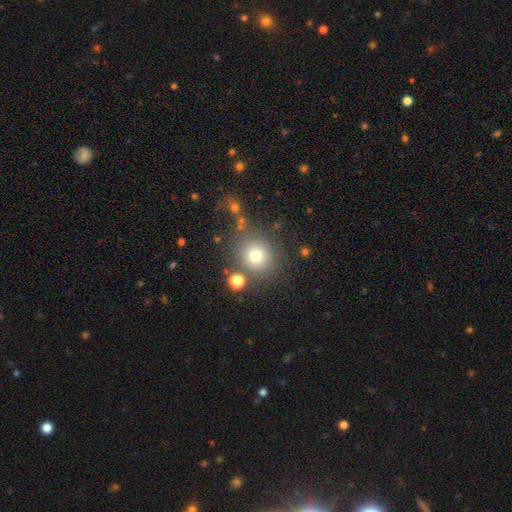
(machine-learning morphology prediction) Smooth or featured: smooth — 74% (star or artifact — 15%)
How rounded: round — 90% (in between — 9%)
Merging: none — 76% (minor disturbance — 10%)